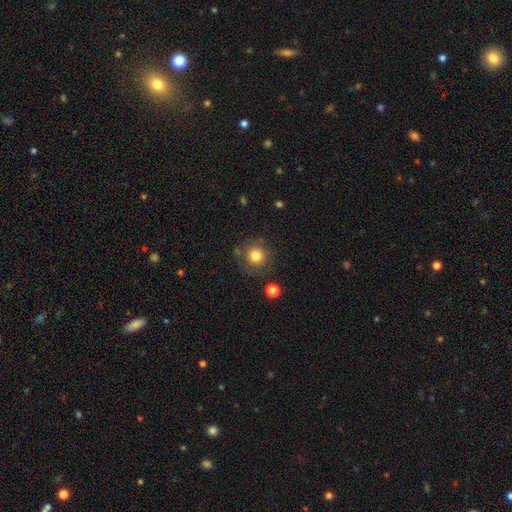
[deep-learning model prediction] Smooth or featured?
  - smooth: 78% *
  - featured or disk: 11%
  - star or artifact: 11%
How rounded?
  - round: 94% *
  - in between: 6%
  - cigar-shaped: 1%
Merging?
  - none: 78% *
  - minor disturbance: 12%
  - major disturbance: 5%
  - merger: 5%